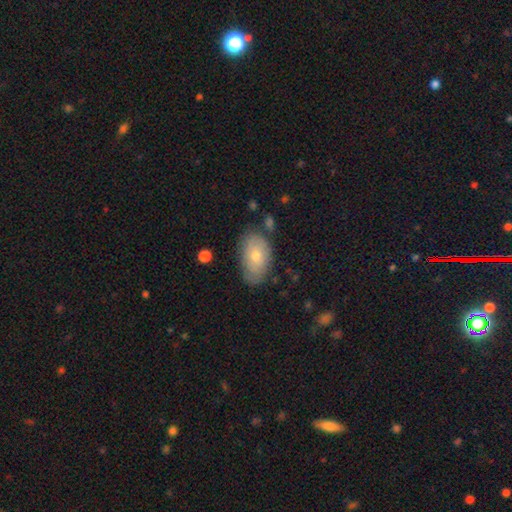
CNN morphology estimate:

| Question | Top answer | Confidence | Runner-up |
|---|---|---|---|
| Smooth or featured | smooth | 65% | featured or disk (27%) |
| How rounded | in between | 92% | round (7%) |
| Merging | none | 72% | minor disturbance (21%) |